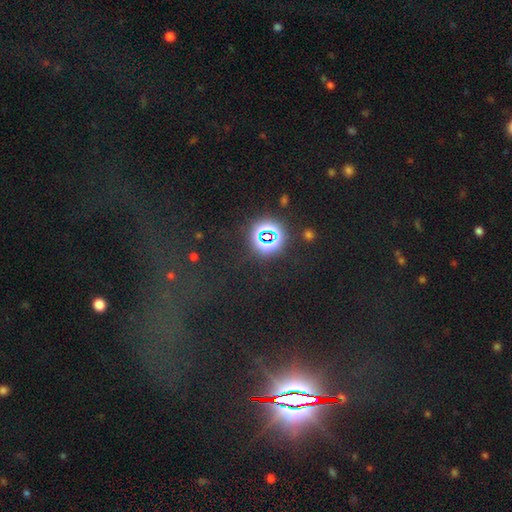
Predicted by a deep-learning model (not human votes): Smooth or featured? Predicted: star or artifact (p=0.75).